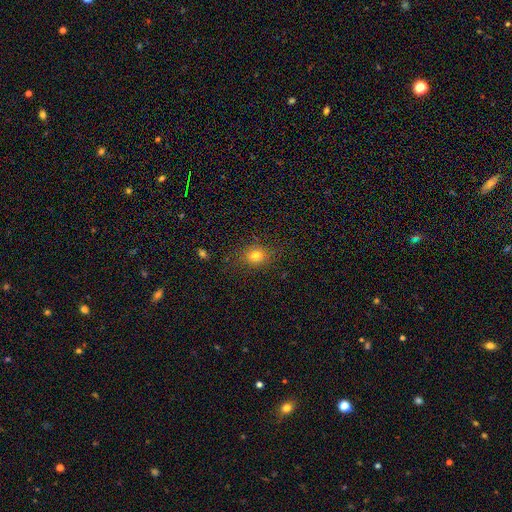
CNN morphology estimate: type=smooth (78%); roundness=round (58%); merging=none (81%).